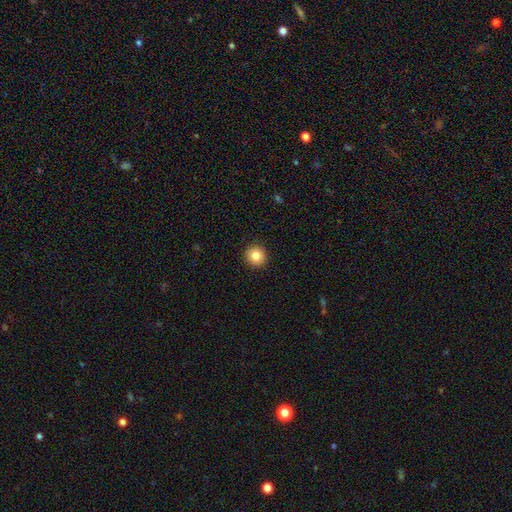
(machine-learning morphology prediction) Smooth or featured: smooth — 83% (star or artifact — 10%)
How rounded: round — 94% (in between — 5%)
Merging: none — 93% (minor disturbance — 5%)